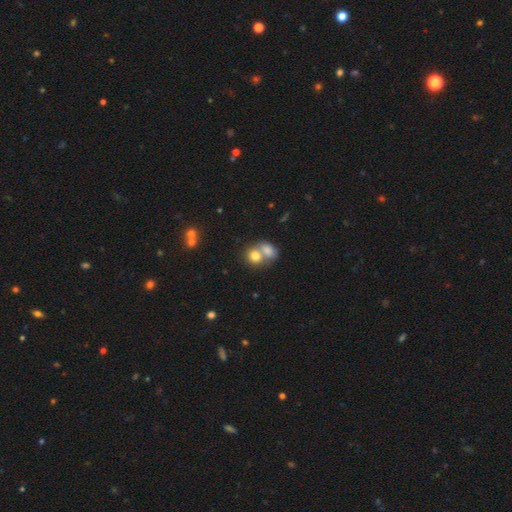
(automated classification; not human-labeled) Morphology: type=smooth (77%); roundness=round (58%); merging=merger (63%).